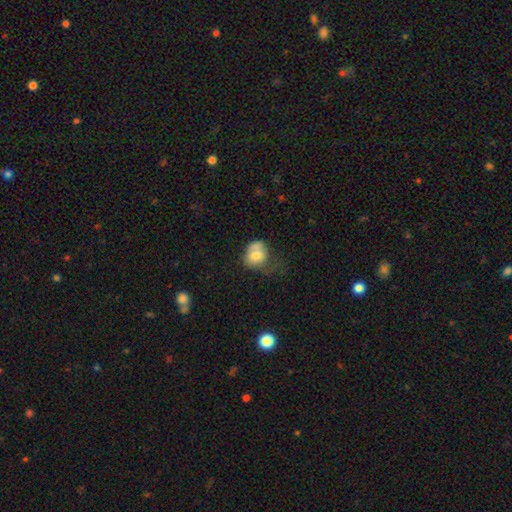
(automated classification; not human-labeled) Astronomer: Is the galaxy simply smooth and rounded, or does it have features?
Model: smooth — 69%.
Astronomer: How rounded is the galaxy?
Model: round — 58% (runner-up: in between, 41%).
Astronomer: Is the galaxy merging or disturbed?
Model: none — 30% (runner-up: minor disturbance, 29%).